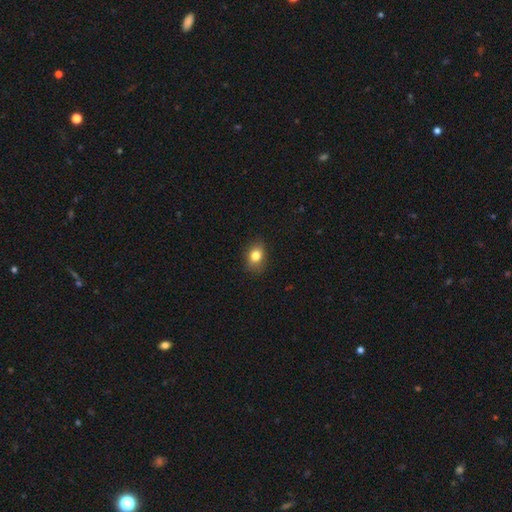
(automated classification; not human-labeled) smooth-or-featured: smooth: 79% | star or artifact: 11% | featured or disk: 10%
  how-rounded: in between: 61% | round: 37% | cigar-shaped: 2%
  merging: none: 83% | minor disturbance: 13% | major disturbance: 3% | merger: 1%